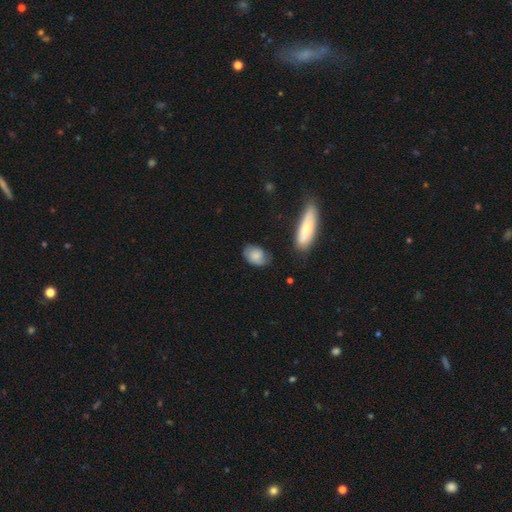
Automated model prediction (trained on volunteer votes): smooth_or_featured: smooth (p=0.68) [alt: featured or disk p=0.24]
how_rounded: in between (p=0.82) [alt: round p=0.16]
merging: none (p=0.66) [alt: minor disturbance p=0.25]